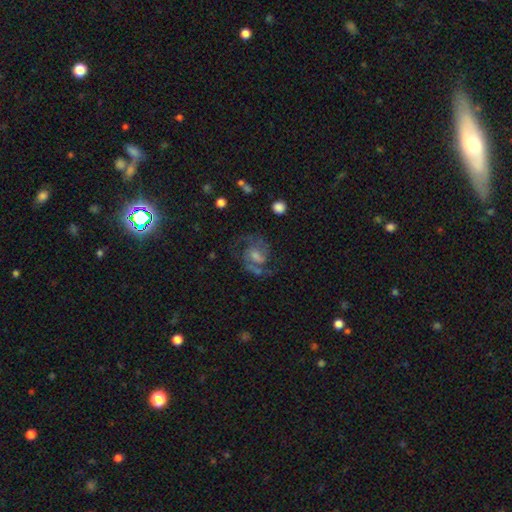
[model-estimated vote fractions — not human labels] A featured or disk galaxy (81%) with a weak bar (48%), 2 (85%) medium (58%) spiral arms (96%) and a moderate central bulge (41%). Merging: none (69%).